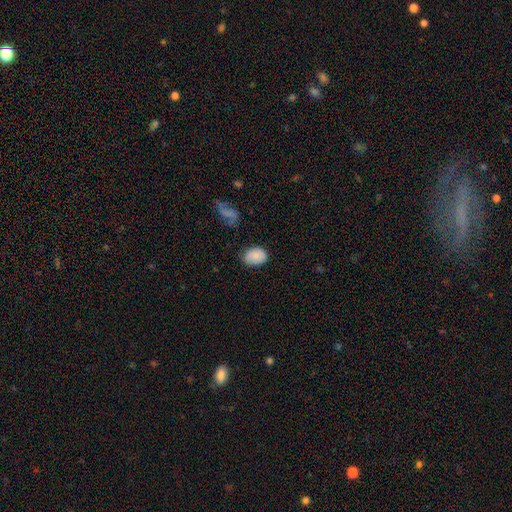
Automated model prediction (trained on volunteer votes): Smooth or featured? smooth (83%)
How rounded? in between (77%)
Merging? none (67%)